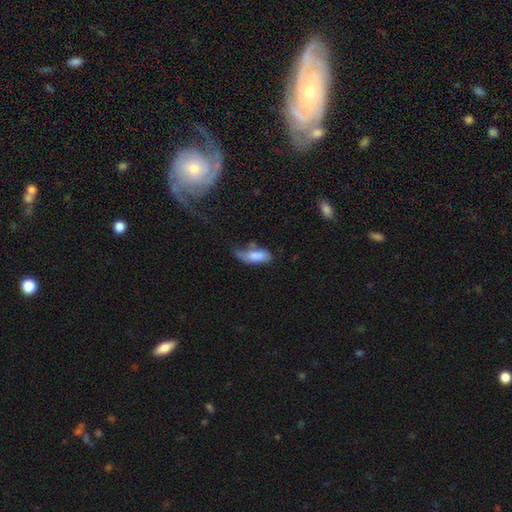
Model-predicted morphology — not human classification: Smooth or featured: smooth — 74% (featured or disk — 19%)
How rounded: in between — 80% (cigar-shaped — 18%)
Merging: minor disturbance — 35% (tied with none — 35%)